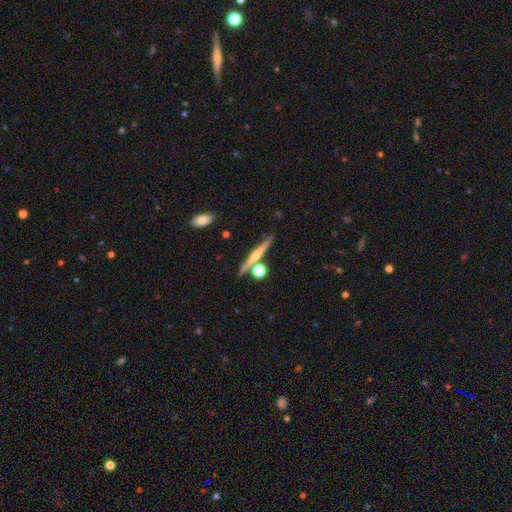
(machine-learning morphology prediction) type=featured or disk (63%); edge-on=yes (96%); edge-on bulge=rounded (79%); merging=none (79%).